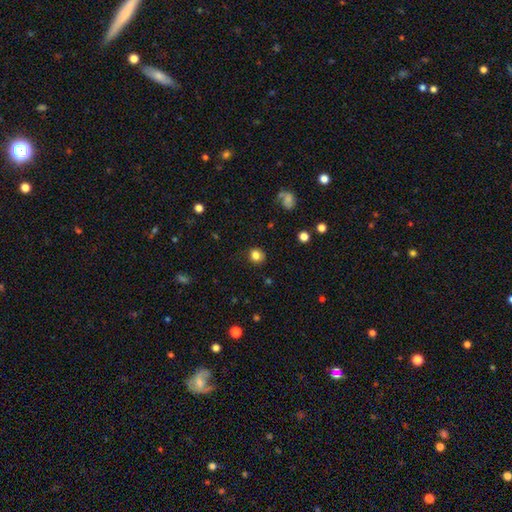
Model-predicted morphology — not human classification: A smooth galaxy with no disk features (83%) that is round (86%).

Vote fractions:
- Smooth or featured? smooth: 83% / star or artifact: 12% / featured or disk: 5%
- How rounded? round: 86% / in between: 14% / cigar-shaped: 1%
- Merging? none: 85% / minor disturbance: 10% / major disturbance: 3% / merger: 1%